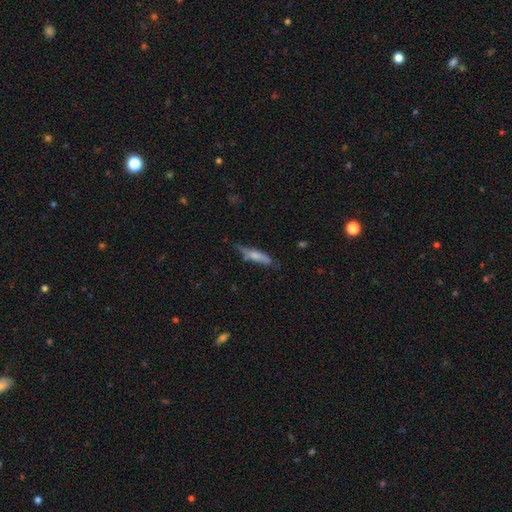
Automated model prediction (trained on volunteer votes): Q: Smooth or featured?
A: smooth (61%); runner-up: featured or disk (31%)
Q: How rounded?
A: cigar-shaped (73%); runner-up: in between (25%)
Q: Merging?
A: none (55%); runner-up: minor disturbance (30%)